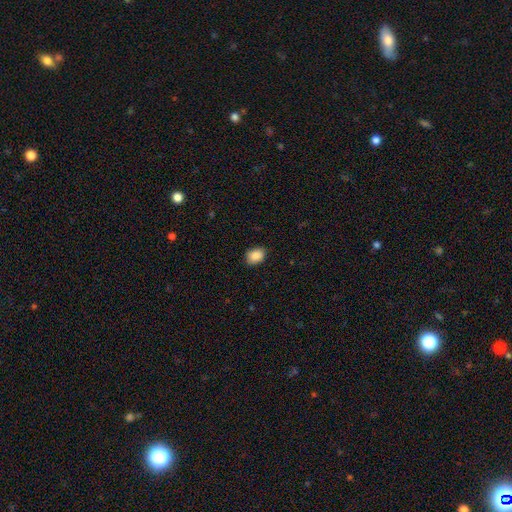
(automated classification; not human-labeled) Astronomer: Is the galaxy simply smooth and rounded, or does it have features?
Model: smooth — 88%.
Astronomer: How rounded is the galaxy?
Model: in between — 73%.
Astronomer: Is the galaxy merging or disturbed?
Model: none — 85%.